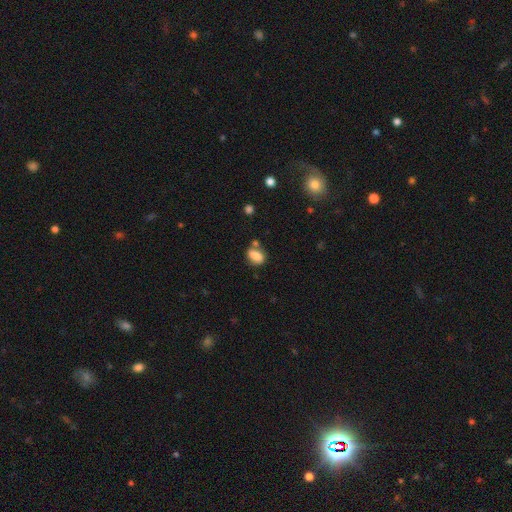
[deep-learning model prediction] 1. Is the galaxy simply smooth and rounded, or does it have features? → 81% smooth, 10% featured or disk, 9% star or artifact.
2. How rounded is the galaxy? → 76% in between, 20% round, 4% cigar-shaped.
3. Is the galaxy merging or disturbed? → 58% none, 20% minor disturbance, 17% merger, 6% major disturbance.